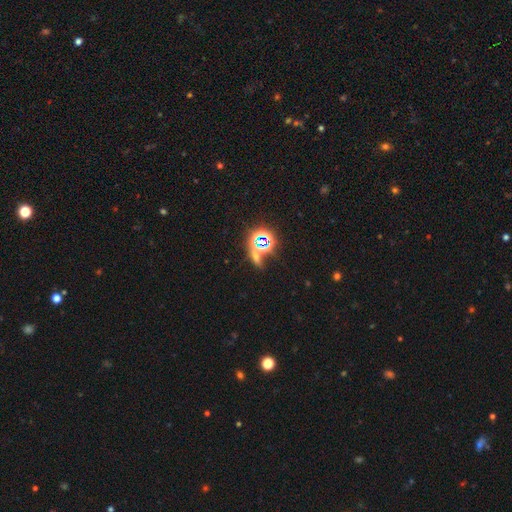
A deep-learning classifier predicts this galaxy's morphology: A star or artifact, not a galaxy (61%).

Vote fractions:
- Smooth or featured? star or artifact: 61% / smooth: 27% / featured or disk: 13%